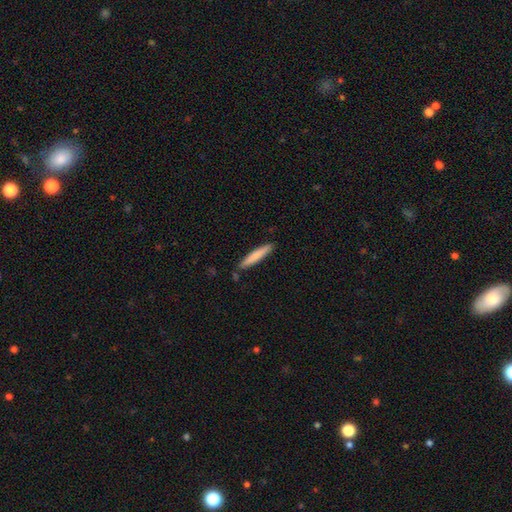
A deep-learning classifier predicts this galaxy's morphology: Overall: smooth (79%). How rounded: cigar-shaped (92%). Merging: none (86%).